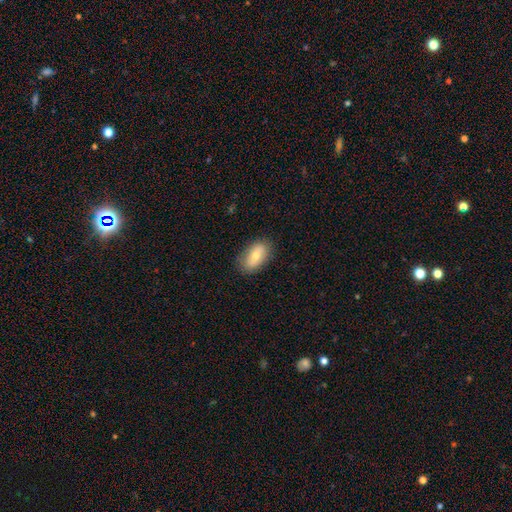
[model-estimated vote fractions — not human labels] Overall: smooth (72%). How rounded: in between (92%). Merging: none (84%).